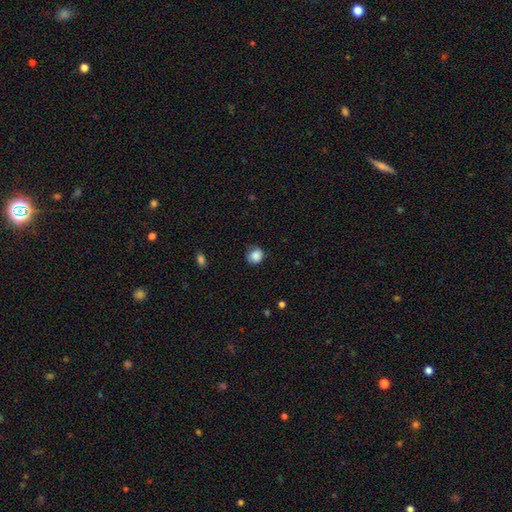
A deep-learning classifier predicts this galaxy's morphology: smooth 87%, star or artifact 9%, featured or disk 4%. Down the decision tree: how rounded — round (81%); merging — none (76%).